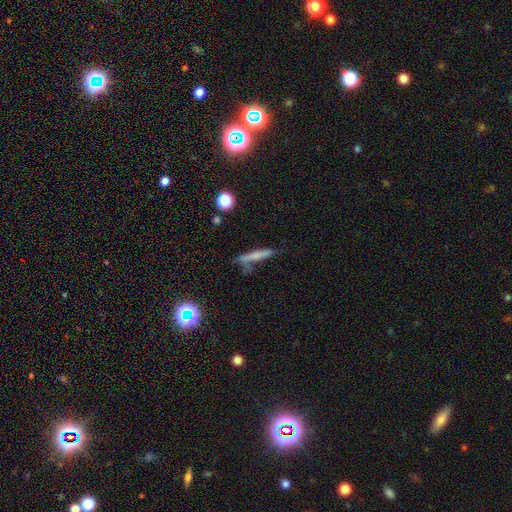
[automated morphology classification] Smooth or featured? Predicted: smooth (p=0.61). How rounded? Predicted: cigar-shaped (p=0.90). Merging? Predicted: none (p=0.62).